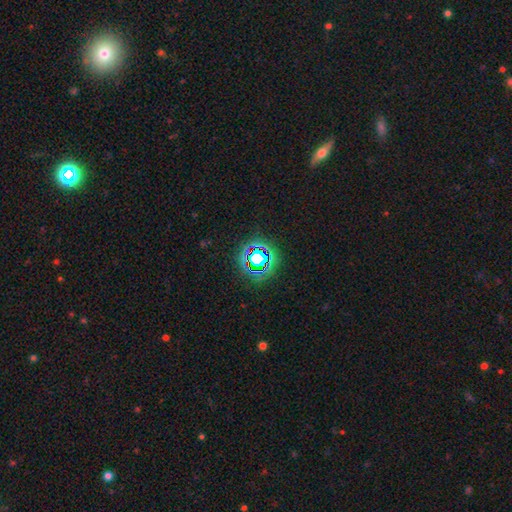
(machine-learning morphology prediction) Smooth or featured? star or artifact (70%)